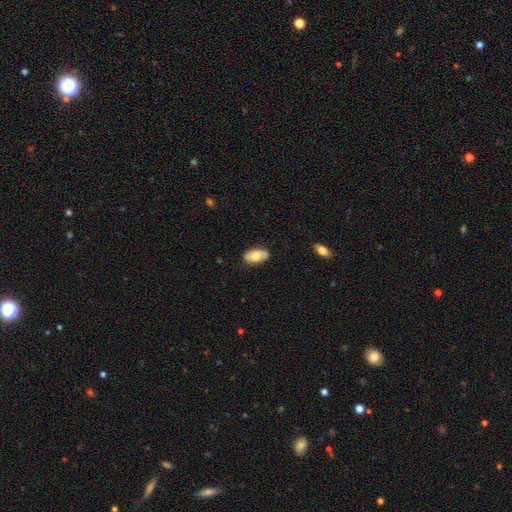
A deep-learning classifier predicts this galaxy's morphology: This is likely a smooth galaxy (69%). How rounded: clearly in between (93%). Merging: likely none (79%).